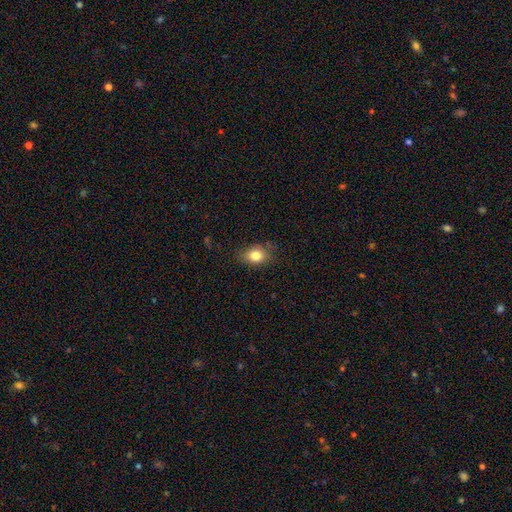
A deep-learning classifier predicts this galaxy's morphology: A smooth galaxy with no disk features (81%) that is in between round and cigar-shaped (67%).

Vote fractions:
- Smooth or featured? smooth: 81% / star or artifact: 10% / featured or disk: 9%
- How rounded? in between: 67% / round: 31% / cigar-shaped: 2%
- Merging? none: 75% / minor disturbance: 19% / major disturbance: 4% / merger: 1%